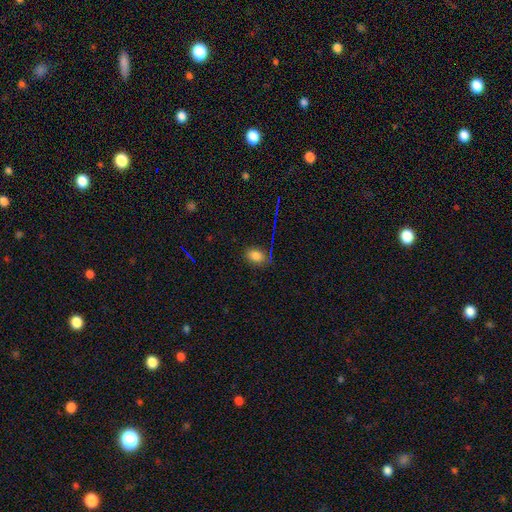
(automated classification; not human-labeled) smooth 77%, star or artifact 16%, featured or disk 7%. Down the decision tree: how rounded — in between (76%); merging — none (80%).